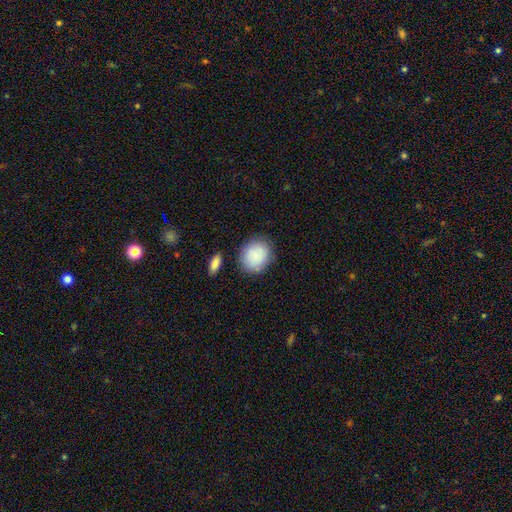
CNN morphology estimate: Smooth or featured? Predicted: smooth (p=0.87). How rounded? Predicted: round (p=0.66). Merging? Predicted: none (p=0.80).